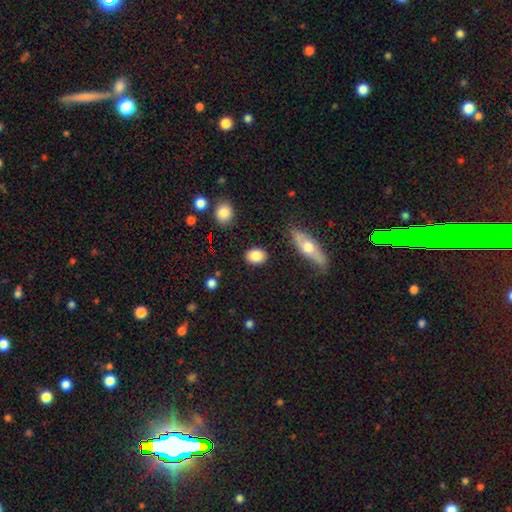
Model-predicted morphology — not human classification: This appears to be a smooth galaxy with no disk features (85%) that is in between round and cigar-shaped (66%). Merging: none (87%).